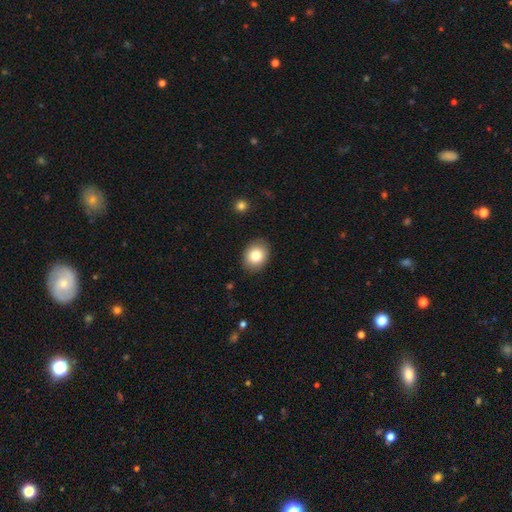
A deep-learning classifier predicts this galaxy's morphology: smooth_or_featured: smooth (p=0.81) [alt: featured or disk p=0.10]
how_rounded: in between (p=0.53) [alt: round p=0.47]
merging: none (p=0.88) [alt: minor disturbance p=0.09]